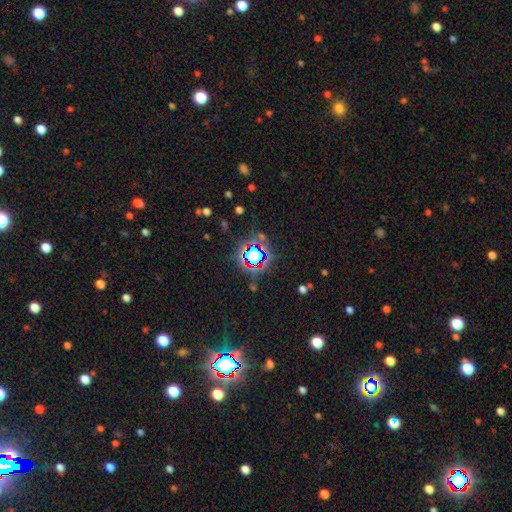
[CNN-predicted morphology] Smooth or featured? star or artifact (63%)